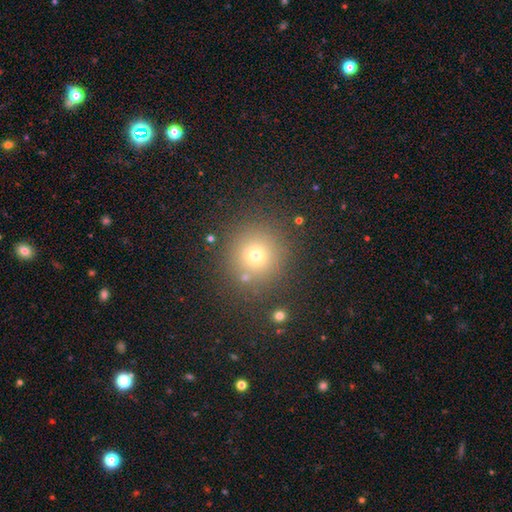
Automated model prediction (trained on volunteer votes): Smooth or featured?
  - smooth: 68% *
  - star or artifact: 22%
  - featured or disk: 10%
How rounded?
  - round: 93% *
  - in between: 6%
  - cigar-shaped: 1%
Merging?
  - none: 84% *
  - minor disturbance: 7%
  - merger: 5%
  - major disturbance: 4%